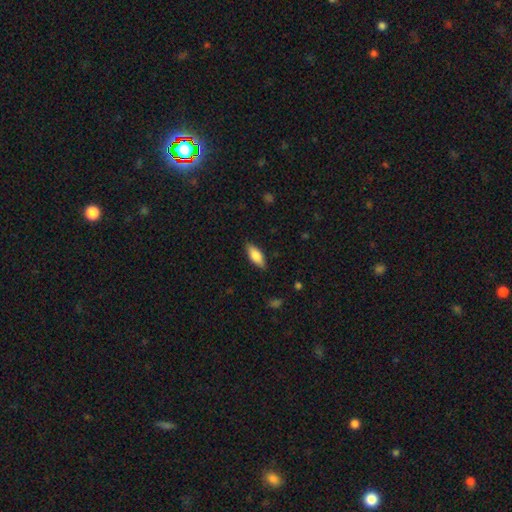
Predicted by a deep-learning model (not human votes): This appears to be a smooth galaxy with no disk features (76%) that is in between round and cigar-shaped (76%). Merging: none (86%).